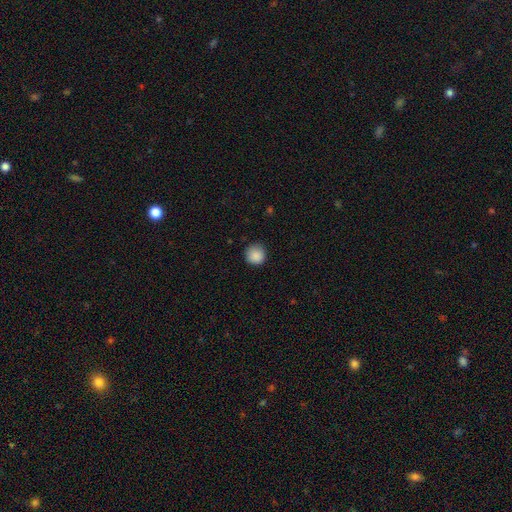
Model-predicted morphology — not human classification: Overall: smooth (88%). How rounded: round (94%). Merging: none (86%).